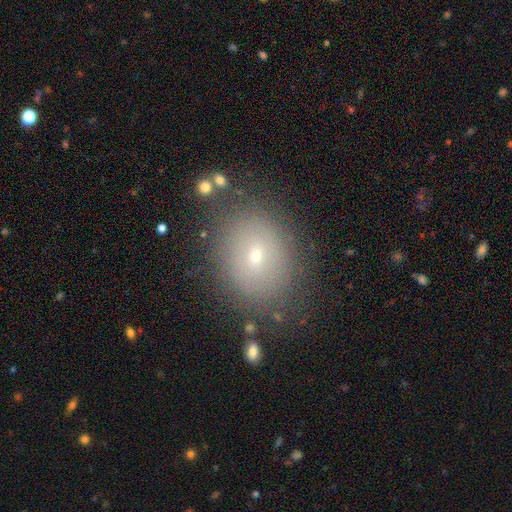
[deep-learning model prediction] This appears to be a smooth galaxy with no disk features (61%) that is round (52%). Merging: none (82%).